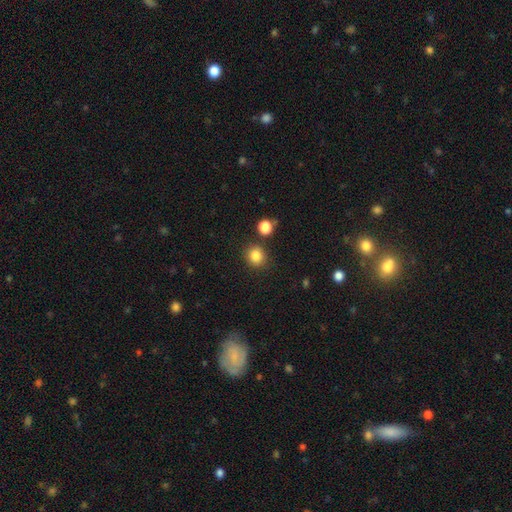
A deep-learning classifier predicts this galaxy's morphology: Smooth or featured: smooth — 84% (star or artifact — 11%)
How rounded: round — 87% (in between — 12%)
Merging: none — 84% (minor disturbance — 8%)